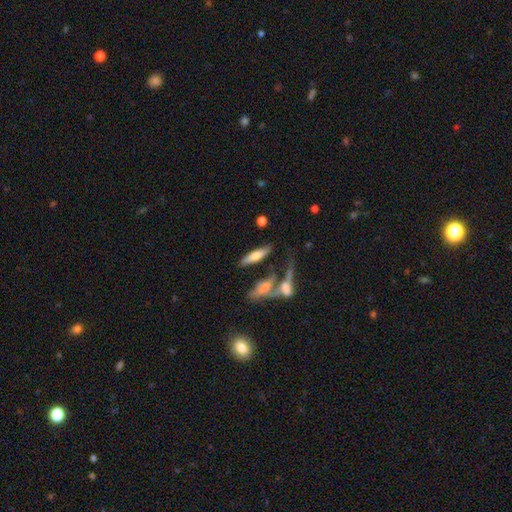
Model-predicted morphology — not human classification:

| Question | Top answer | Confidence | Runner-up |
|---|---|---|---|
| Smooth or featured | smooth | 58% | featured or disk (33%) |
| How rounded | cigar-shaped | 64% | in between (33%) |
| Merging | none | 55% | merger (25%) |